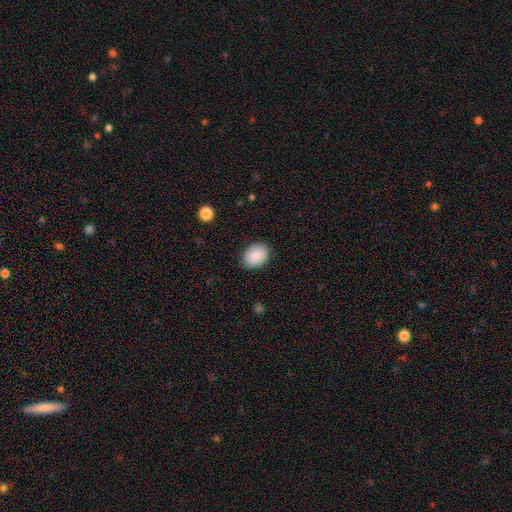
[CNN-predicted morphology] type=smooth (86%); roundness=in between (62%); merging=none (86%).